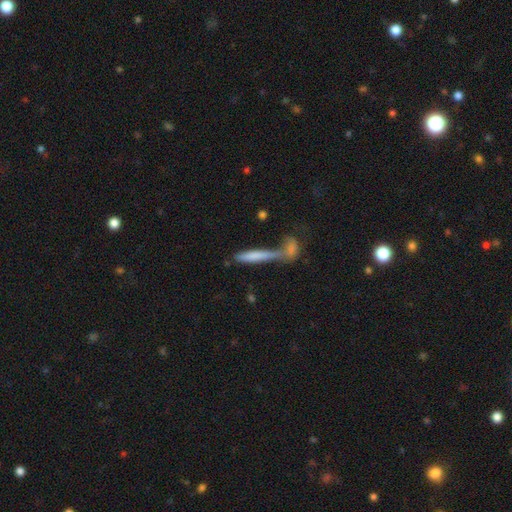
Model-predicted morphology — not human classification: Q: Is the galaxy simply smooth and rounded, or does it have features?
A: smooth — 68%.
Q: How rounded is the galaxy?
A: cigar-shaped — 86%.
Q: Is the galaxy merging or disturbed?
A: merger — 42%.